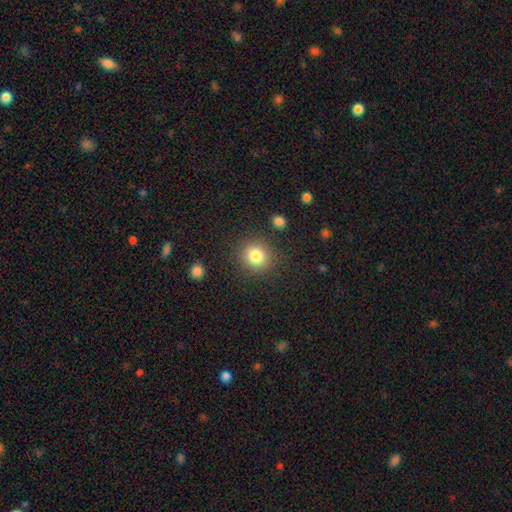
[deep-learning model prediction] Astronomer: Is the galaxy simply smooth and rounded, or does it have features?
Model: smooth — 82%.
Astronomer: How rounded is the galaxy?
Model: round — 87%.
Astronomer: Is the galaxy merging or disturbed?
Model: none — 87%.